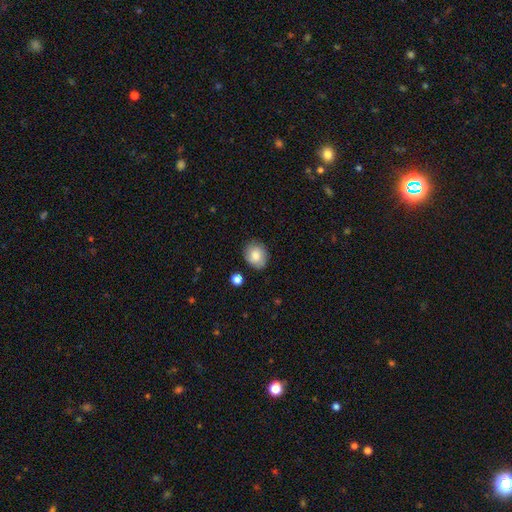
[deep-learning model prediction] smooth-or-featured: smooth: 78% | featured or disk: 14% | star or artifact: 8%
  how-rounded: round: 61% | in between: 38% | cigar-shaped: 1%
  merging: none: 81% | minor disturbance: 14% | major disturbance: 3% | merger: 2%